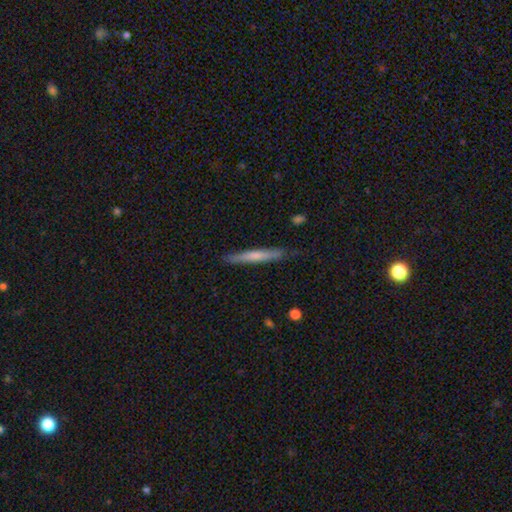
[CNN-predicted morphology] This appears to be a smooth galaxy with no disk features (58%) that is cigar-shaped (95%). Merging: none (84%).